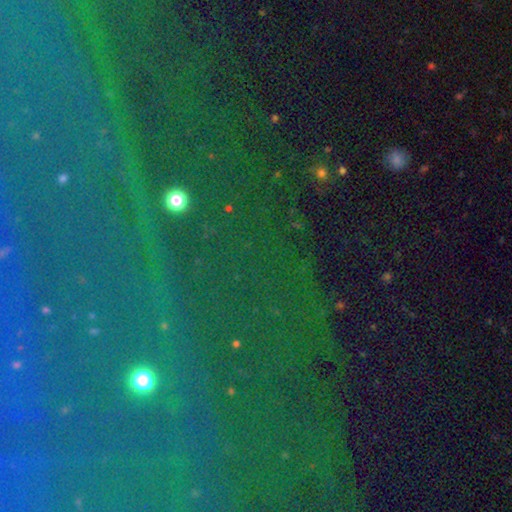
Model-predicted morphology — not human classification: This appears to be a star or artifact, not a galaxy (78%).